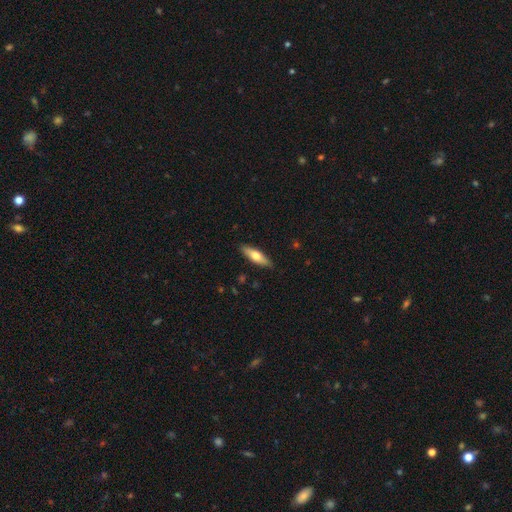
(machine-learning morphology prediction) The model was most divided on "how rounded": cigar-shaped: 59%, in between: 39%, round: 2%. More confident: merging — none (88%); smooth or featured — smooth (60%).